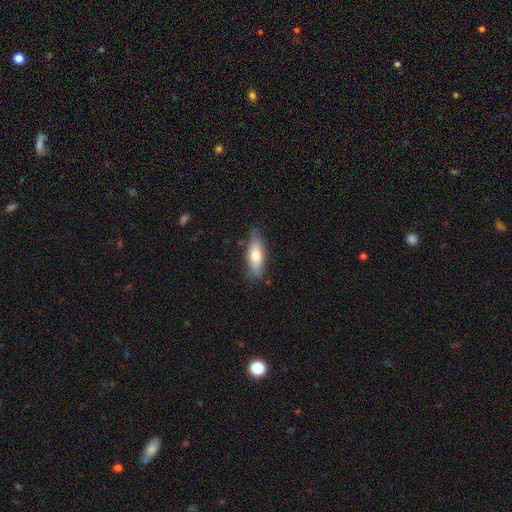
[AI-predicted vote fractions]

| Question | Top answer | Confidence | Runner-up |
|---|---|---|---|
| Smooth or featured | smooth | 68% | featured or disk (26%) |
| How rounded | in between | 50% | cigar-shaped (48%) |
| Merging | none | 77% | minor disturbance (18%) |